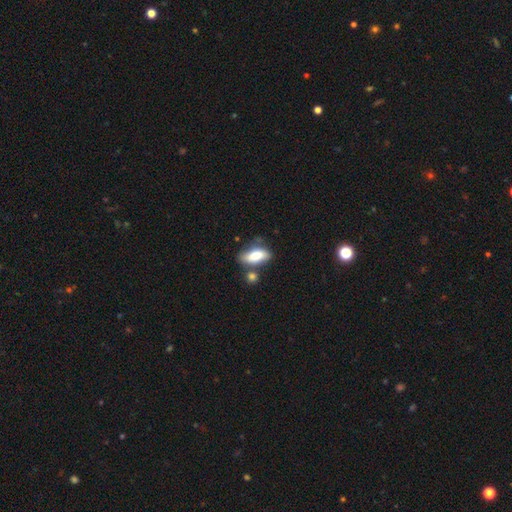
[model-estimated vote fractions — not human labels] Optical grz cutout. It shows a smooth galaxy with no disk features (75%) that is in between round and cigar-shaped (82%). Merging: none (54%).